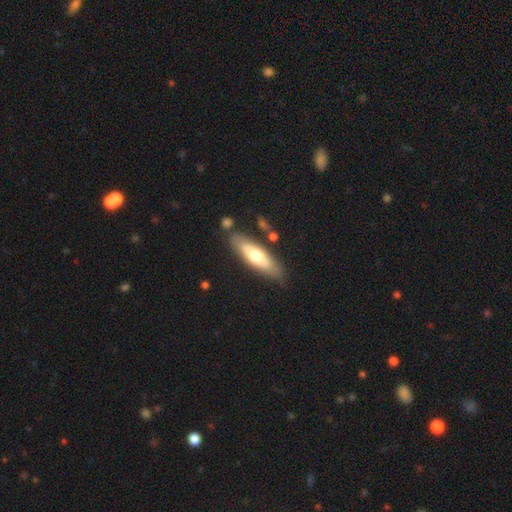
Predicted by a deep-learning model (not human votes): This appears to be a smooth galaxy with no disk features (54%) that is in between round and cigar-shaped (51%). Merging: none (78%).